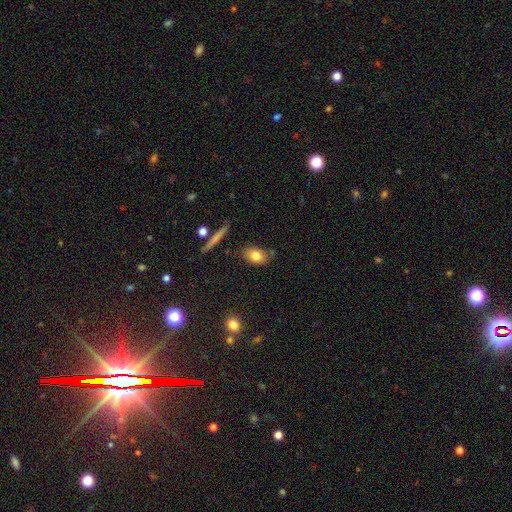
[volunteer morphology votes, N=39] smooth_or_featured: smooth (p=0.74) [alt: featured or disk p=0.23]
how_rounded: in between (p=0.79) [alt: round p=0.17]
merging: none (p=0.71) [alt: minor disturbance p=0.11]